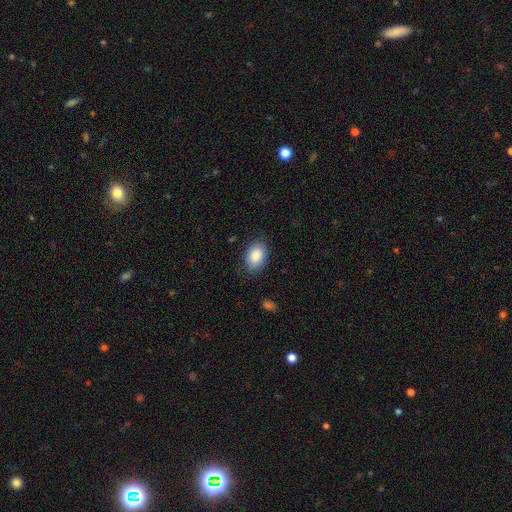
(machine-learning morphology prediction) smooth-or-featured: smooth: 87% | star or artifact: 7% | featured or disk: 6%
  how-rounded: in between: 86% | round: 13% | cigar-shaped: 1%
  merging: none: 83% | minor disturbance: 12% | major disturbance: 3% | merger: 1%